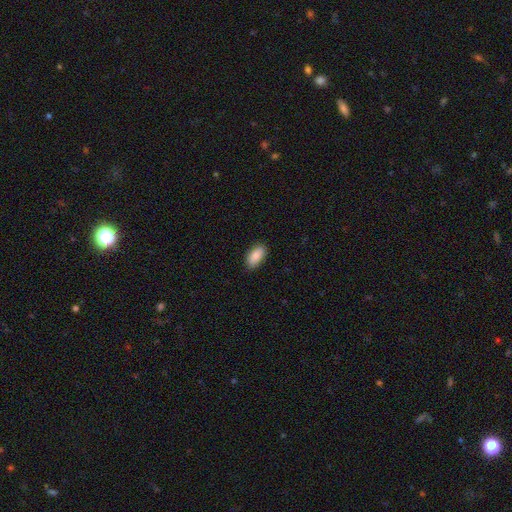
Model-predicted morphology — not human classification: type=smooth (86%); roundness=in between (93%); merging=none (86%).